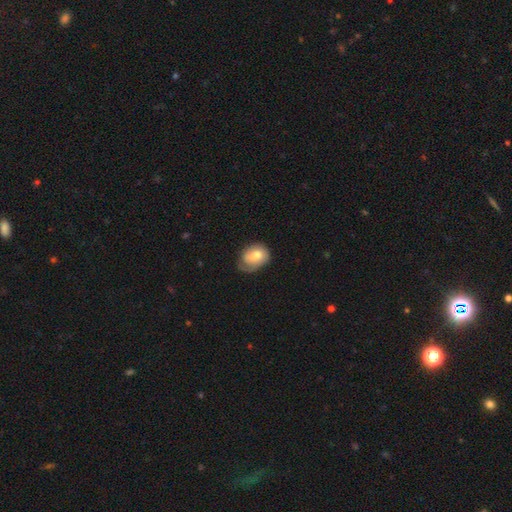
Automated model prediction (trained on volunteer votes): This appears to be a smooth galaxy with no disk features (56%) that is in between round and cigar-shaped (67%). Merging: none (36%).